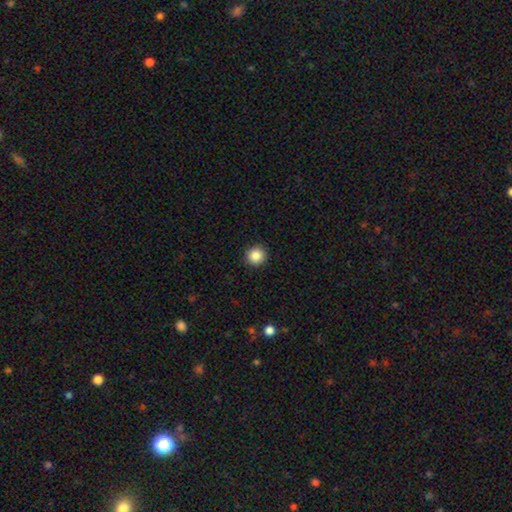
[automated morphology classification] Smooth or featured?
  - smooth: 86% *
  - star or artifact: 10%
  - featured or disk: 4%
How rounded?
  - round: 95% *
  - in between: 4%
  - cigar-shaped: 1%
Merging?
  - none: 92% *
  - minor disturbance: 5%
  - major disturbance: 2%
  - merger: 1%